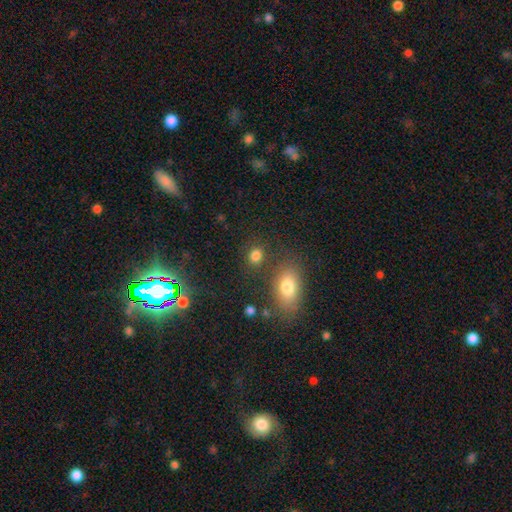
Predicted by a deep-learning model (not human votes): Morphology: type=smooth (82%); roundness=round (59%); merging=none (77%).